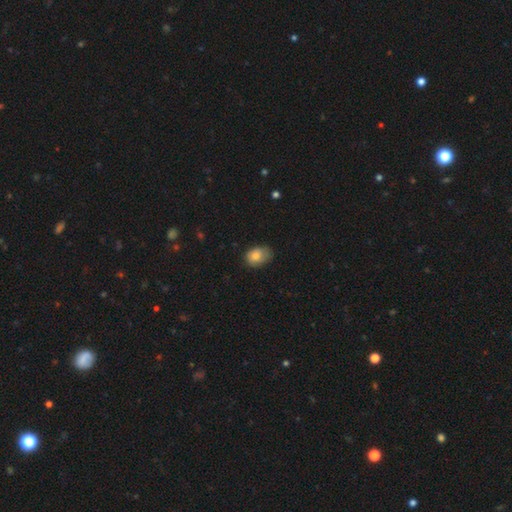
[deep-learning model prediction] A smooth galaxy with no disk features (79%) that is in between round and cigar-shaped (73%). Merging: none (64%).